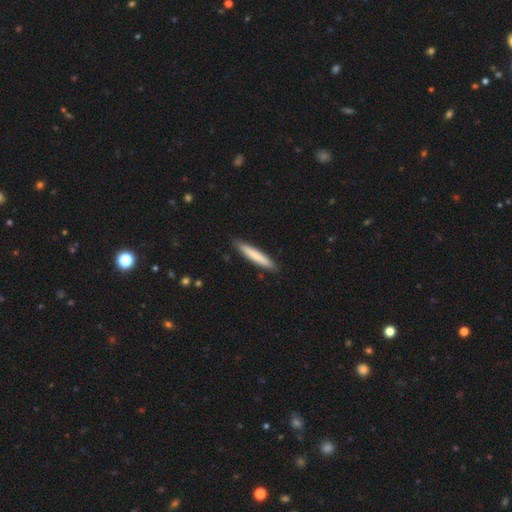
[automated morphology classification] Smooth or featured? Predicted: smooth (p=0.76). How rounded? Predicted: cigar-shaped (p=0.94). Merging? Predicted: none (p=0.90).